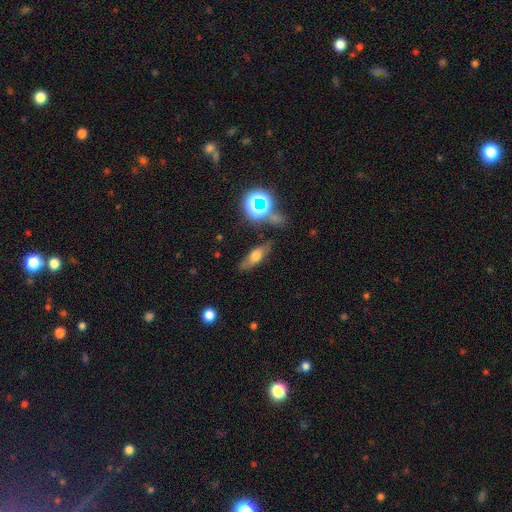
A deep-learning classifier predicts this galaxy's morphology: type=smooth (53%); roundness=in between (52%); merging=none (74%).